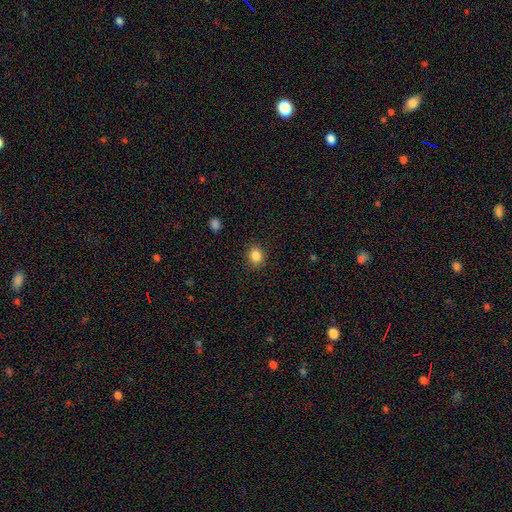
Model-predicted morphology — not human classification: Q: Smooth or featured?
A: smooth (86%); runner-up: star or artifact (10%)
Q: How rounded?
A: round (68%); runner-up: in between (31%)
Q: Merging?
A: none (89%); runner-up: minor disturbance (8%)